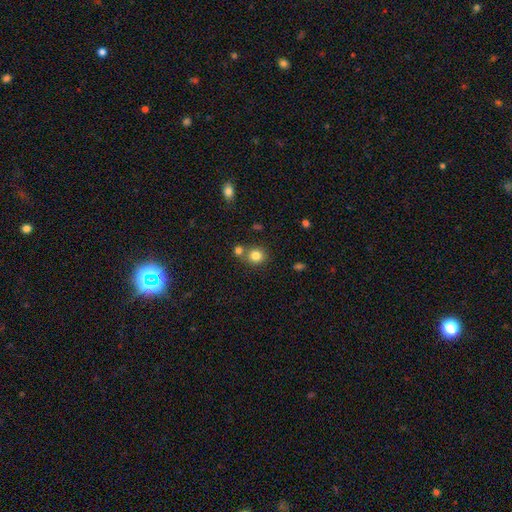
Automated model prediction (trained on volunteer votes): Smooth or featured? Predicted: smooth (p=0.82). How rounded? Predicted: round (p=0.84). Merging? Predicted: none (p=0.65).